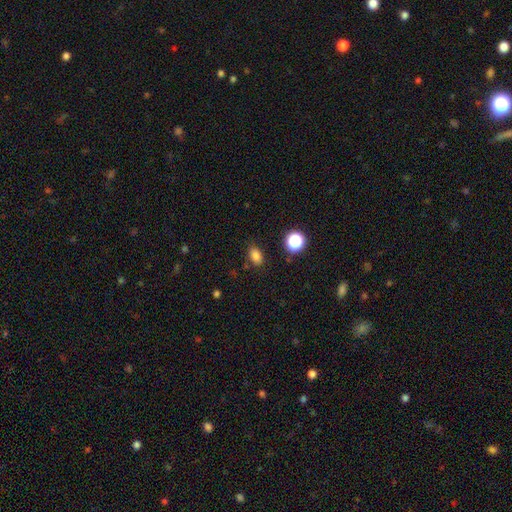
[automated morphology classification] This appears to be a smooth galaxy with no disk features (82%) that is in between round and cigar-shaped (78%). Merging: none (82%).